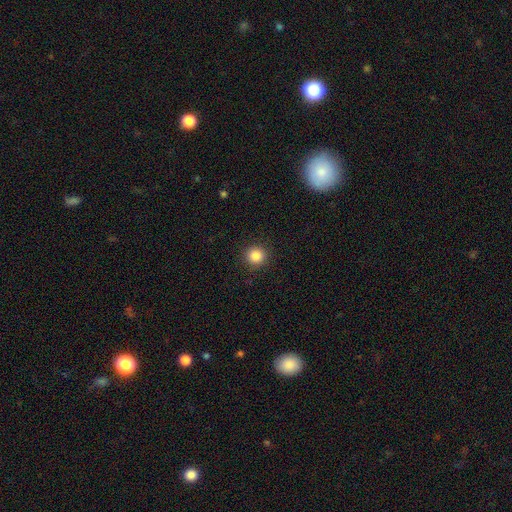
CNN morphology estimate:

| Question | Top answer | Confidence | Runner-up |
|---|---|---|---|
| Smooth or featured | smooth | 85% | star or artifact (11%) |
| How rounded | round | 94% | in between (5%) |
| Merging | none | 92% | minor disturbance (5%) |